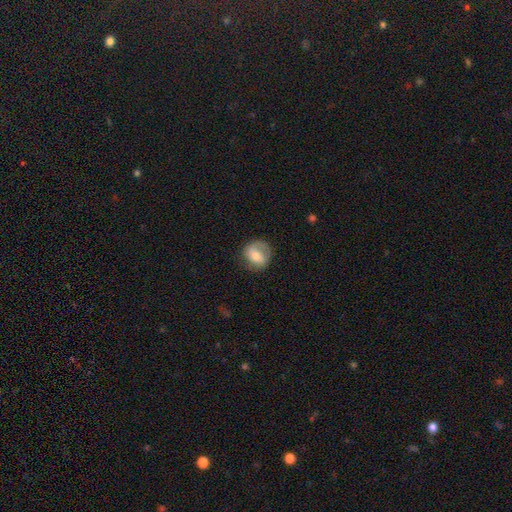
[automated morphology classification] type=smooth (59%); roundness=round (72%); merging=none (69%).